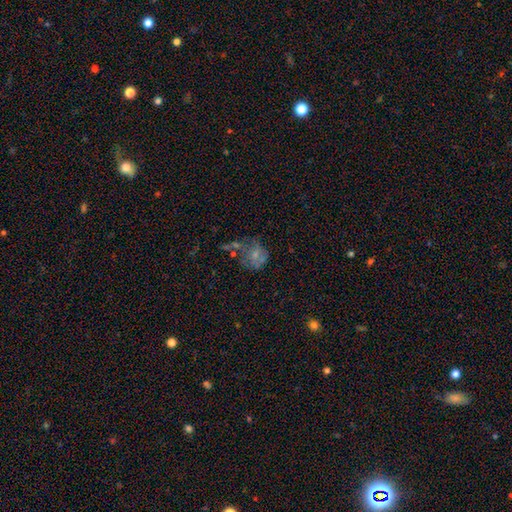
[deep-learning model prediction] Smooth or featured? smooth (46%)
Merging? none (36%)